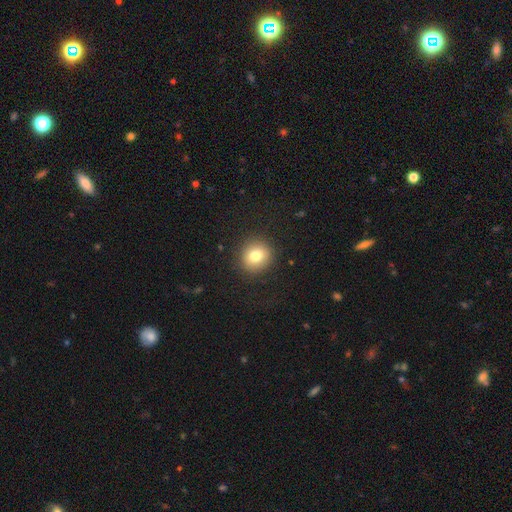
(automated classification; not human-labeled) Smooth or featured? Predicted: smooth (p=0.79). How rounded? Predicted: round (p=0.88). Merging? Predicted: none (p=0.90).